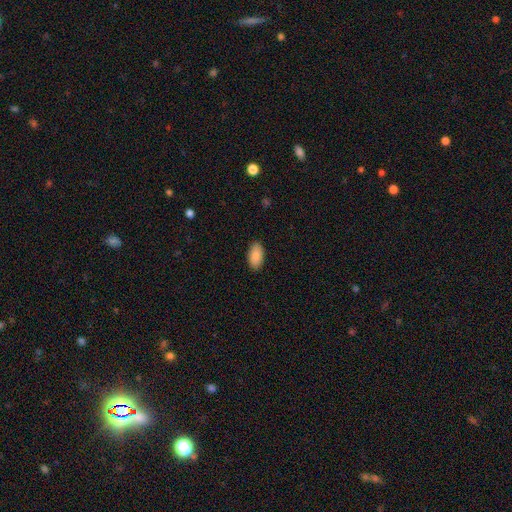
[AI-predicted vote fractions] Smooth or featured: smooth — 90% (star or artifact — 6%)
How rounded: in between — 94% (cigar-shaped — 3%)
Merging: none — 89% (minor disturbance — 8%)